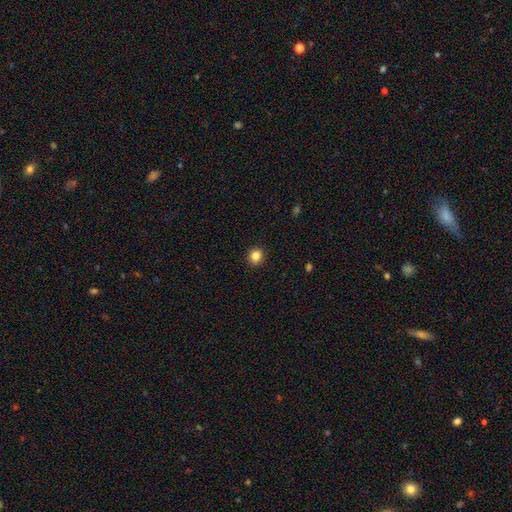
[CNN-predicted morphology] Smooth or featured? Predicted: smooth (p=0.84). How rounded? Predicted: round (p=0.84). Merging? Predicted: none (p=0.92).